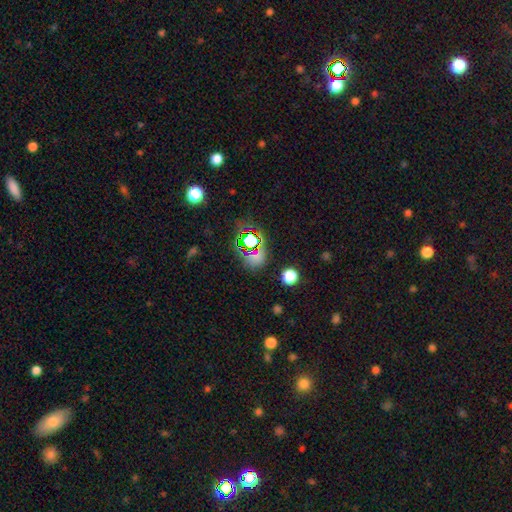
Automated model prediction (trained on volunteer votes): Smooth or featured? star or artifact (52%)